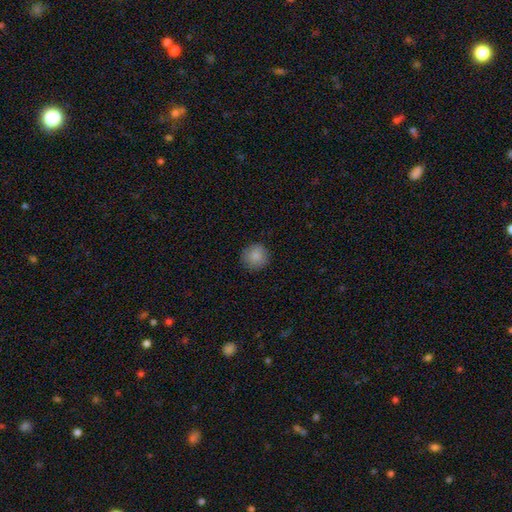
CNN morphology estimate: Smooth or featured: smooth — 86% (star or artifact — 9%)
How rounded: round — 93% (in between — 6%)
Merging: none — 88% (minor disturbance — 9%)